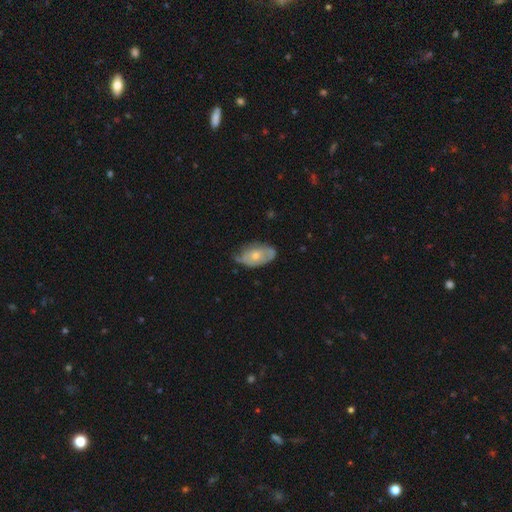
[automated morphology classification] Smooth or featured: featured or disk — 49% (smooth — 45%)
Merging: none — 48% (minor disturbance — 39%)